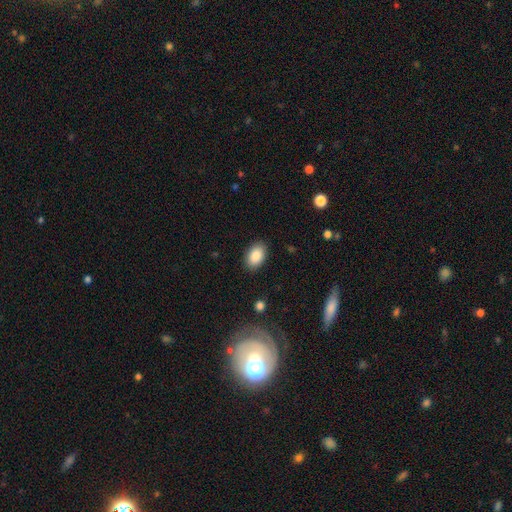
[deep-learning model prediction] Smooth or featured? Predicted: smooth (p=0.87). How rounded? Predicted: in between (p=0.88). Merging? Predicted: none (p=0.88).